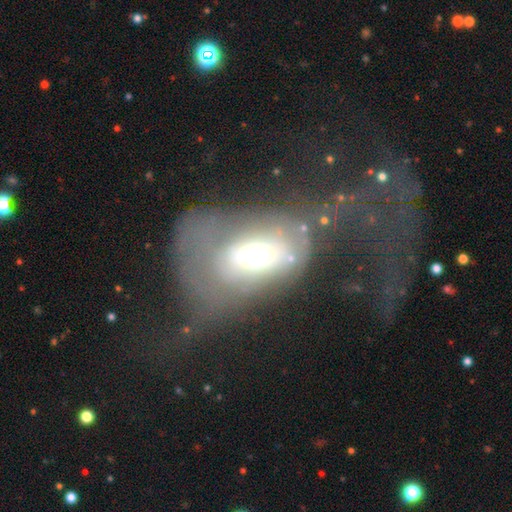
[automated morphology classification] This is possibly a smooth galaxy (46%). Merging: possibly major disturbance (54%).